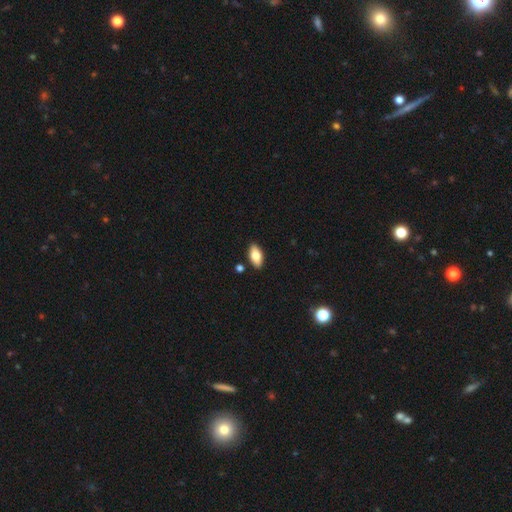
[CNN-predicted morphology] Overall: smooth (77%). How rounded: in between (90%). Merging: none (88%).